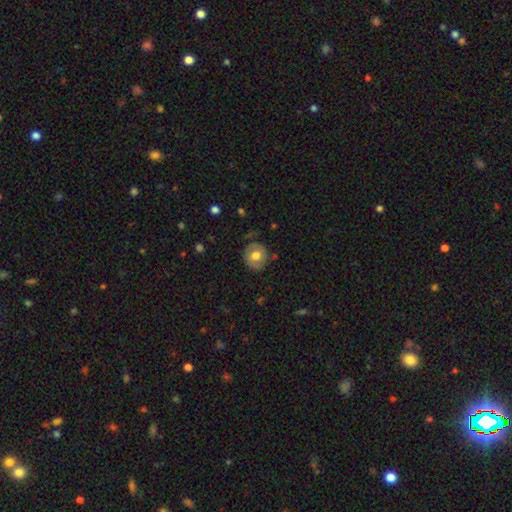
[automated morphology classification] A smooth galaxy with no disk features (62%) that is round (82%). Merging: none (79%).